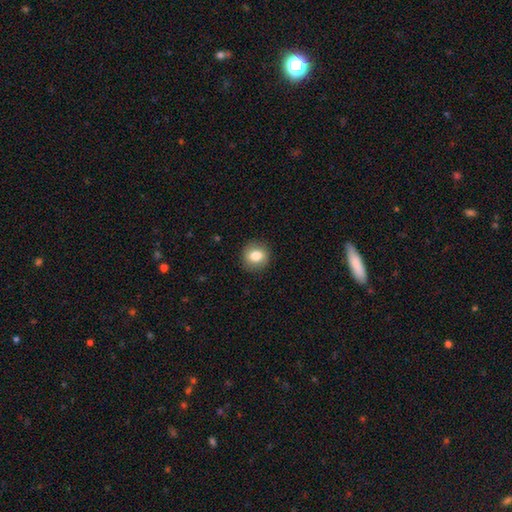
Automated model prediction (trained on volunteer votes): This appears to be a smooth galaxy with no disk features (81%) that is round (86%). Merging: none (90%).